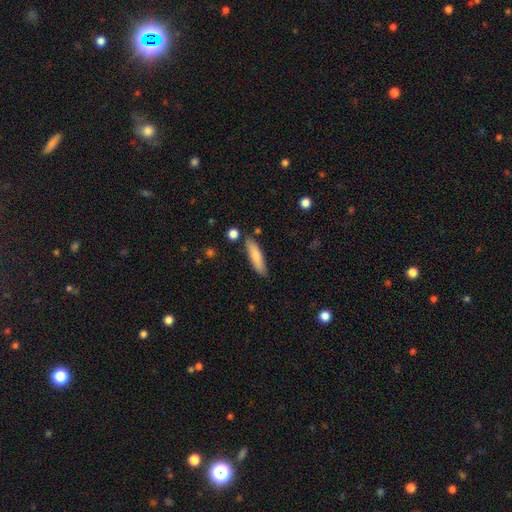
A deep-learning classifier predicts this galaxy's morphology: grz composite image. It shows a smooth galaxy with no disk features (81%) that is cigar-shaped (74%). Merging: none (83%).